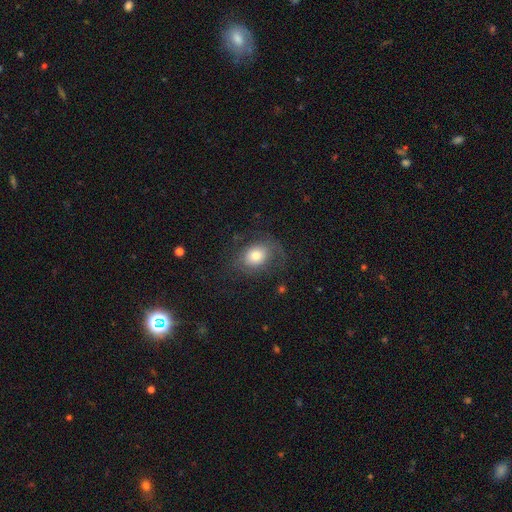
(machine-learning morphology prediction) Smooth or featured: smooth — 62% (featured or disk — 28%)
How rounded: in between — 53% (round — 46%)
Merging: none — 59% (minor disturbance — 20%)